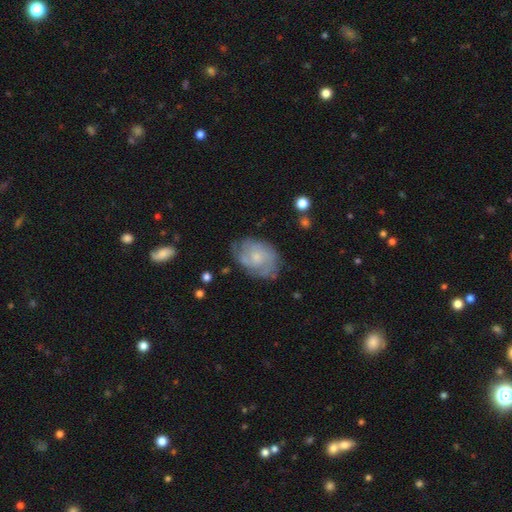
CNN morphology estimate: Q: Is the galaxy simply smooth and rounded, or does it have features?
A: featured or disk — 69%.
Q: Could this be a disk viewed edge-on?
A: no — 97%.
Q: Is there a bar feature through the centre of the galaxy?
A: no — 75%.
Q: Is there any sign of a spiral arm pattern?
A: yes — 86%.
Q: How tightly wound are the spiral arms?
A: tight — 54%.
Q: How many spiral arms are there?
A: can't tell — 43%.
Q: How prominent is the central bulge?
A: small — 60%.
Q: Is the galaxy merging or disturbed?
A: none — 69%.